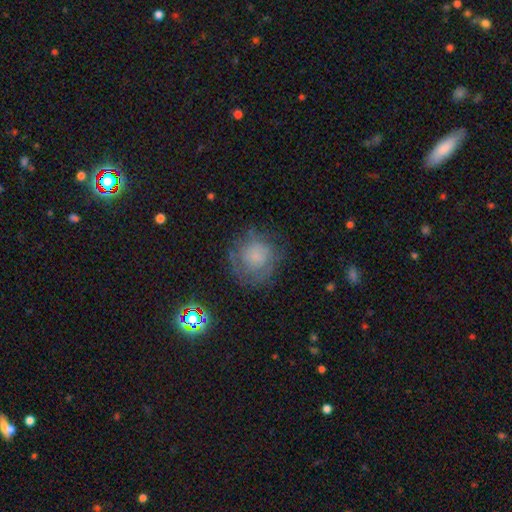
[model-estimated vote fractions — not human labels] Morphology: type=smooth (49%); merging=none (66%).